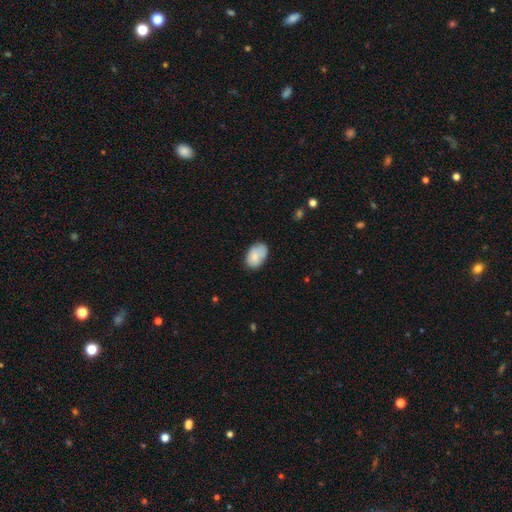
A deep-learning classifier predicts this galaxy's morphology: Smooth or featured?
  - smooth: 79% *
  - featured or disk: 13%
  - star or artifact: 7%
How rounded?
  - in between: 88% *
  - round: 11%
  - cigar-shaped: 1%
Merging?
  - none: 66% *
  - minor disturbance: 25%
  - major disturbance: 6%
  - merger: 4%